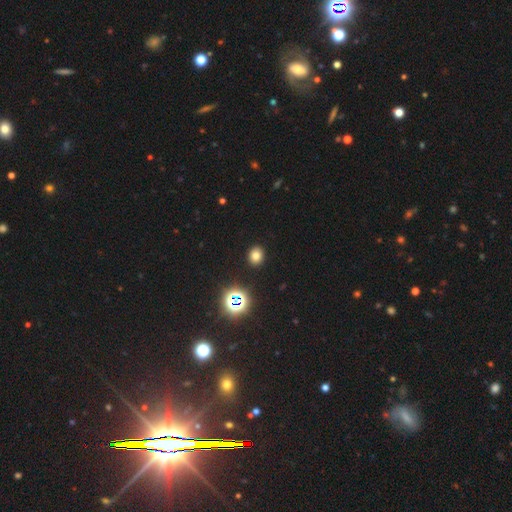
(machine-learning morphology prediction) Smooth or featured: smooth — 74% (star or artifact — 20%)
How rounded: round — 61% (in between — 38%)
Merging: none — 90% (minor disturbance — 6%)